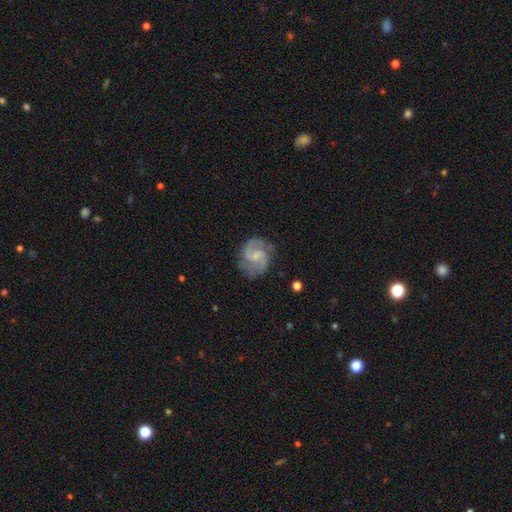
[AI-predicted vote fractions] smooth_or_featured: featured or disk (p=0.88) [alt: smooth p=0.07]
disk_edge_on: no (p=0.98) [alt: yes p=0.02]
bar: weak (p=0.51) [alt: no p=0.40]
has_spiral_arms: yes (p=0.98) [alt: no p=0.02]
spiral_winding: medium (p=0.61) [alt: tight p=0.20]
spiral_arm_count: 2 (p=0.92) [alt: can't tell p=0.03]
bulge_size: small (p=0.54) [alt: moderate p=0.24]
merging: none (p=0.79) [alt: minor disturbance p=0.15]